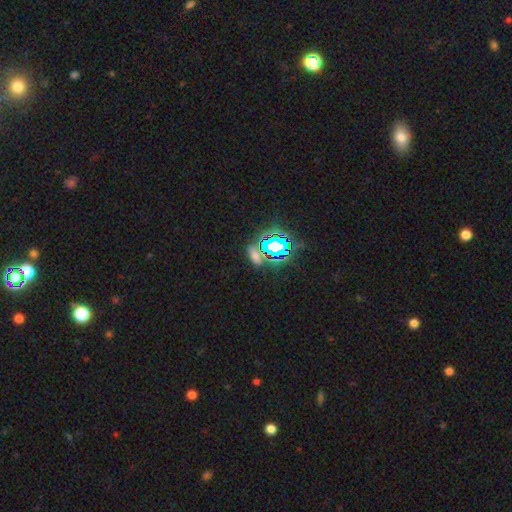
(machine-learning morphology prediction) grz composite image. It shows a star or artifact, not a galaxy (54%).